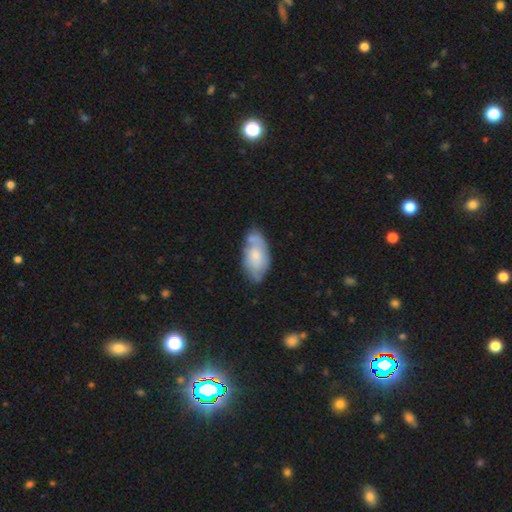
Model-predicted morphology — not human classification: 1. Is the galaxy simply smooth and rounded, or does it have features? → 56% smooth, 38% featured or disk, 6% star or artifact.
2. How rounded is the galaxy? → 92% in between, 5% cigar-shaped, 3% round.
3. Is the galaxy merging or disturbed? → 51% none, 28% minor disturbance, 14% merger, 7% major disturbance.